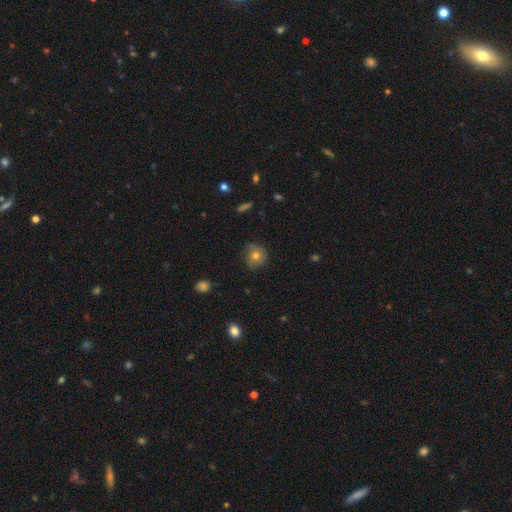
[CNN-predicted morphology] smooth-or-featured: smooth: 71% | featured or disk: 17% | star or artifact: 12%
  how-rounded: round: 87% | in between: 12% | cigar-shaped: 1%
  merging: none: 77% | minor disturbance: 18% | major disturbance: 4% | merger: 1%